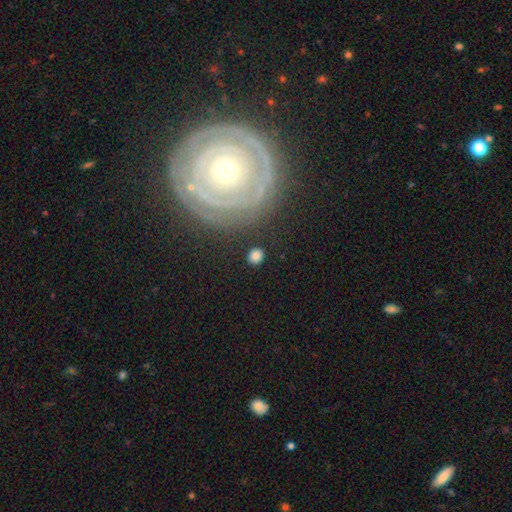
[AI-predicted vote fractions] A smooth galaxy with no disk features (81%) that is round (78%).

Vote fractions:
- Smooth or featured? smooth: 81% / star or artifact: 11% / featured or disk: 8%
- How rounded? round: 78% / in between: 21% / cigar-shaped: 1%
- Merging? none: 86% / minor disturbance: 8% / major disturbance: 3% / merger: 2%